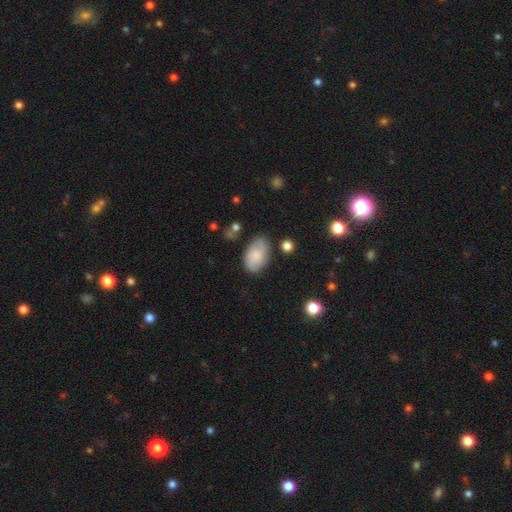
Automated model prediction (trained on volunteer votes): Q: Smooth or featured?
A: smooth (70%); runner-up: featured or disk (22%)
Q: How rounded?
A: in between (91%); runner-up: round (8%)
Q: Merging?
A: none (72%); runner-up: minor disturbance (20%)